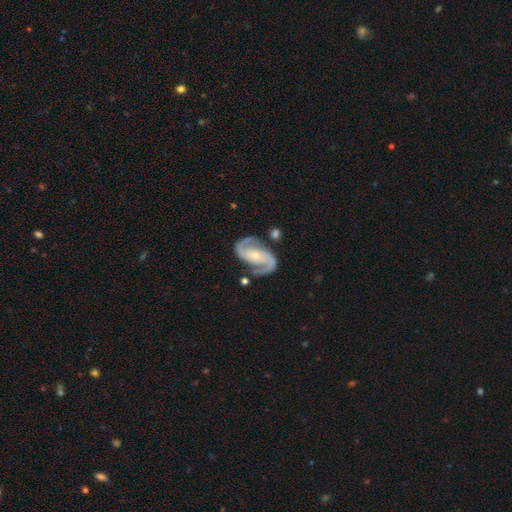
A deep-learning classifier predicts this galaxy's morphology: The model was most divided on "bar": no: 49%, weak: 30%, strong: 21%. More confident: spiral arms — yes (98%); edge-on disk — no (98%); spiral arm count — 2 (94%); smooth or featured — featured or disk (92%); merging — none (76%); bulge size — small (66%); spiral winding — medium (57%).